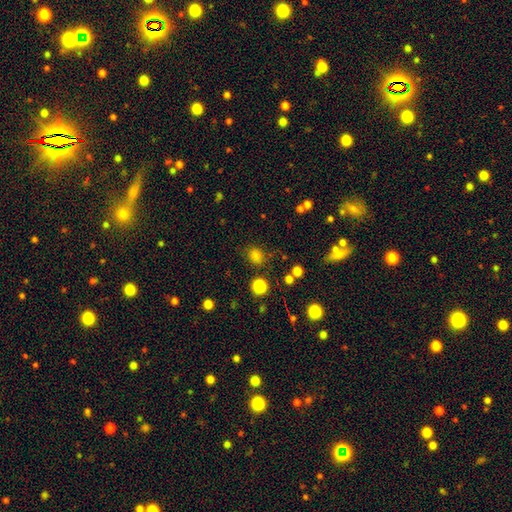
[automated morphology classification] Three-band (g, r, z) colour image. It shows a smooth galaxy with no disk features (78%) that is round (69%). Merging: none (79%).